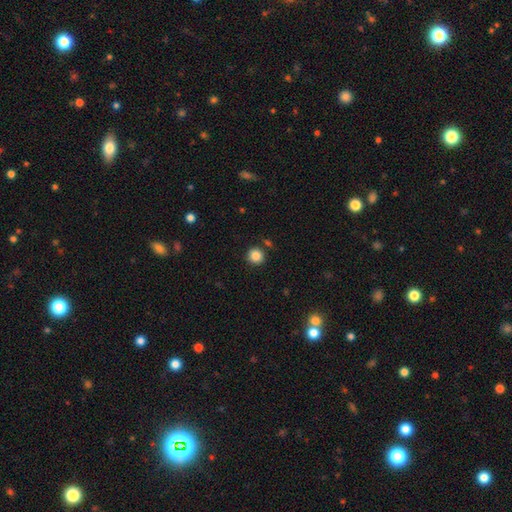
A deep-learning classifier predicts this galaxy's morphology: Smooth or featured: smooth — 85% (star or artifact — 10%)
How rounded: round — 93% (in between — 6%)
Merging: none — 86% (minor disturbance — 7%)